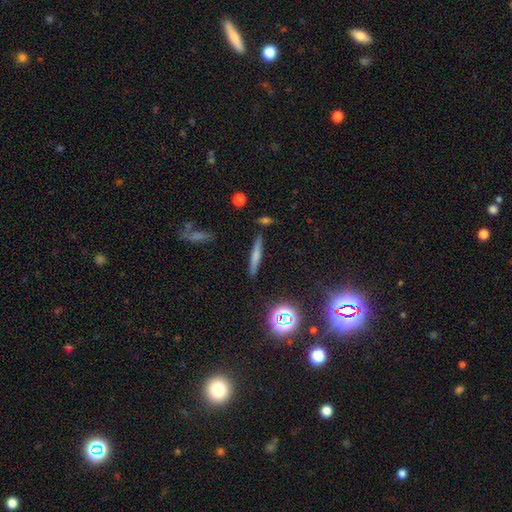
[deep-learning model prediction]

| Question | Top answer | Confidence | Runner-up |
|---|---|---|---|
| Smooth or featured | smooth | 61% | featured or disk (29%) |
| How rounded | cigar-shaped | 91% | in between (6%) |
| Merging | none | 85% | minor disturbance (9%) |